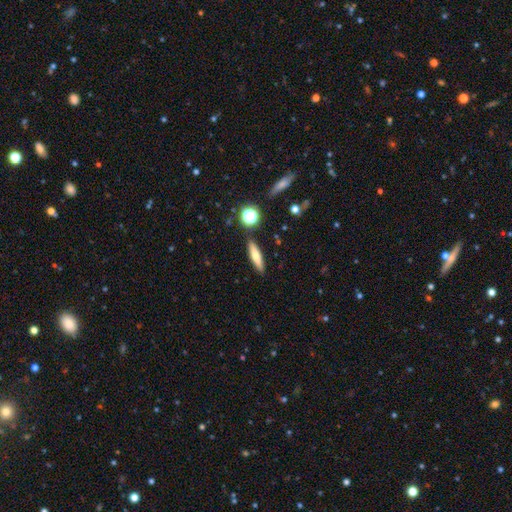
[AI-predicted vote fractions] This appears to be a smooth galaxy with no disk features (62%) that is cigar-shaped (70%). Merging: none (87%).